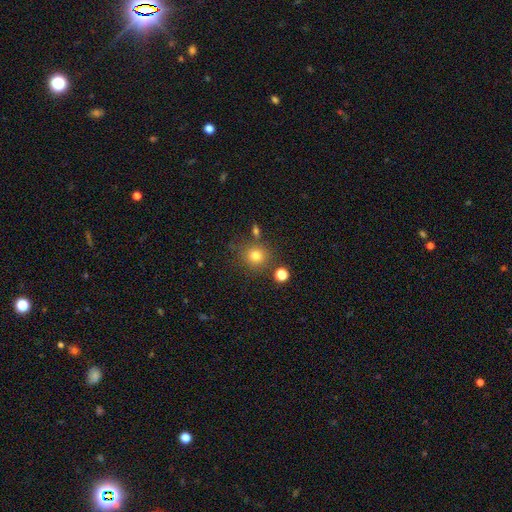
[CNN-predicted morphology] This is likely a smooth galaxy (78%). How rounded: clearly round (89%). Merging: likely none (76%).